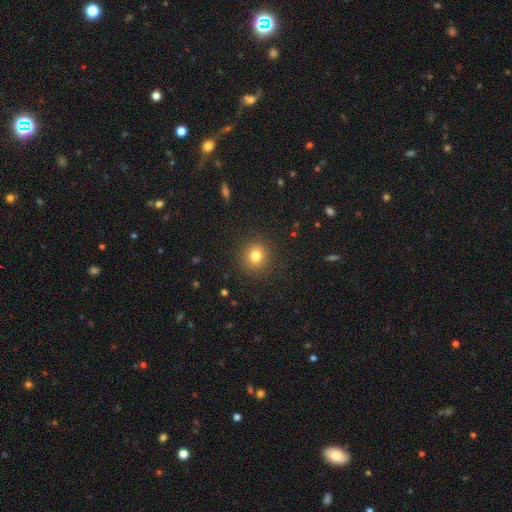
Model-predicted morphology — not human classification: A smooth galaxy with no disk features (79%) that is round (88%). Merging: none (90%).